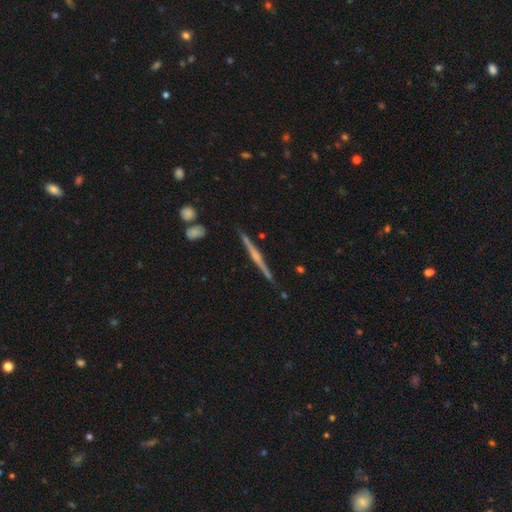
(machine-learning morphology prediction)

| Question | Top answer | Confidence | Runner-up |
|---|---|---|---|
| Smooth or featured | featured or disk | 76% | smooth (18%) |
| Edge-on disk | yes | 98% | no (2%) |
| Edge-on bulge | rounded | 61% | none (27%) |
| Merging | none | 90% | minor disturbance (7%) |